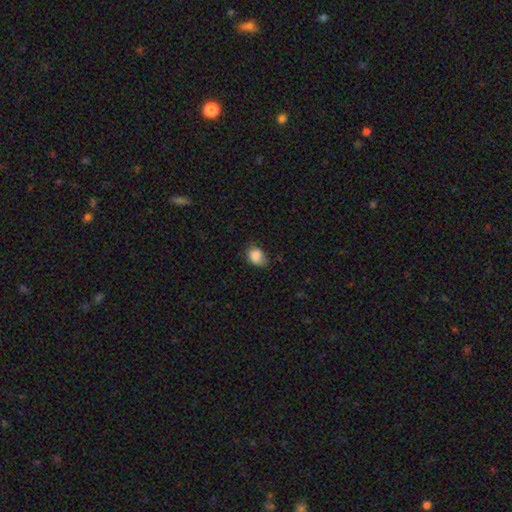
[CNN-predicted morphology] A smooth galaxy with no disk features (86%) that is in between round and cigar-shaped (58%). Merging: none (50%).